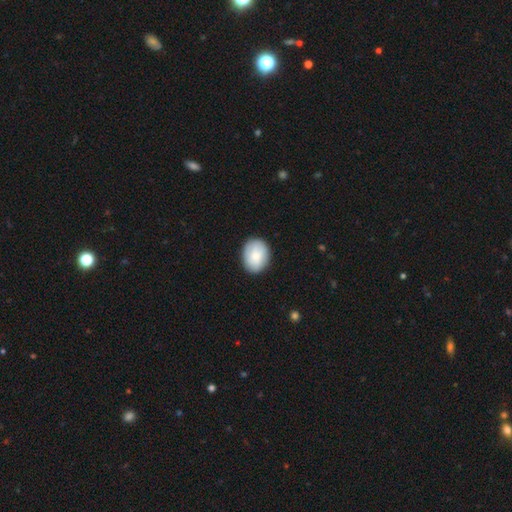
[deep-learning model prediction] Smooth or featured?
  - smooth: 81% *
  - featured or disk: 13%
  - star or artifact: 6%
How rounded?
  - in between: 61% *
  - round: 38%
  - cigar-shaped: 1%
Merging?
  - none: 85% *
  - minor disturbance: 11%
  - major disturbance: 2%
  - merger: 1%